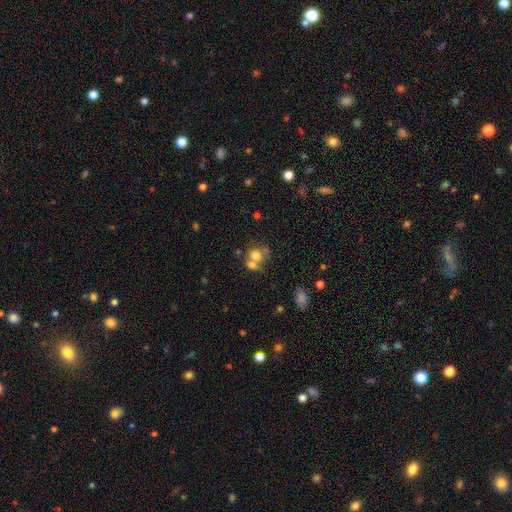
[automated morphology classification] This is likely a smooth galaxy (69%). How rounded: likely round (72%). Merging: possibly merger (48%).